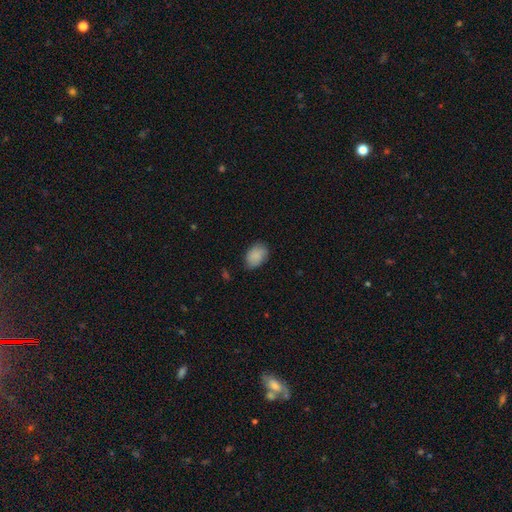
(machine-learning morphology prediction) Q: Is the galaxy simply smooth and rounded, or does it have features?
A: smooth — 88%.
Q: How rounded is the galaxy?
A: in between — 83%.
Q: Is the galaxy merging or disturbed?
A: none — 79%.